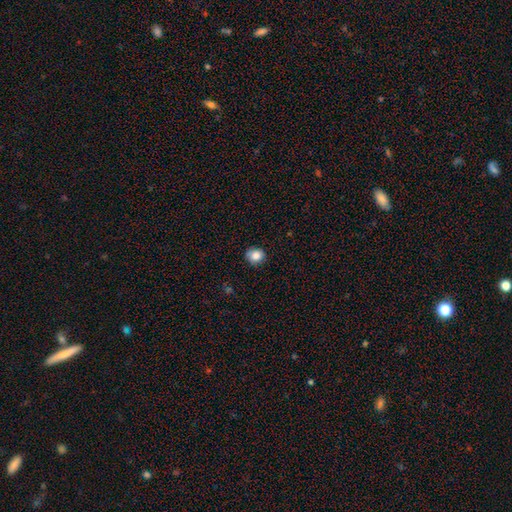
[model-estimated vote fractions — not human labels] smooth-or-featured: smooth: 84% | star or artifact: 10% | featured or disk: 6%
  how-rounded: round: 74% | in between: 25% | cigar-shaped: 1%
  merging: none: 81% | minor disturbance: 15% | major disturbance: 3% | merger: 1%